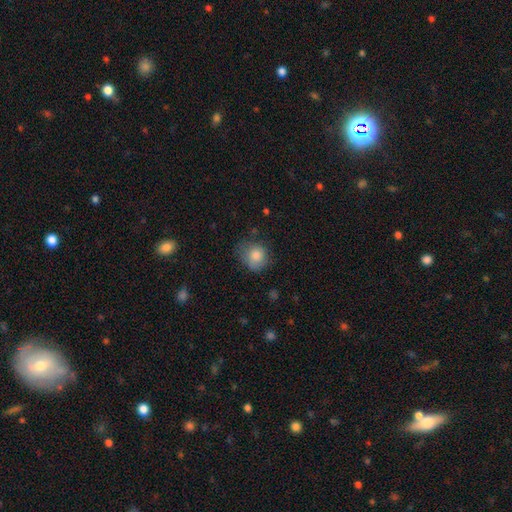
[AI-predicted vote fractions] Overall: smooth (82%). How rounded: round (76%). Merging: none (58%; minor disturbance 29%).